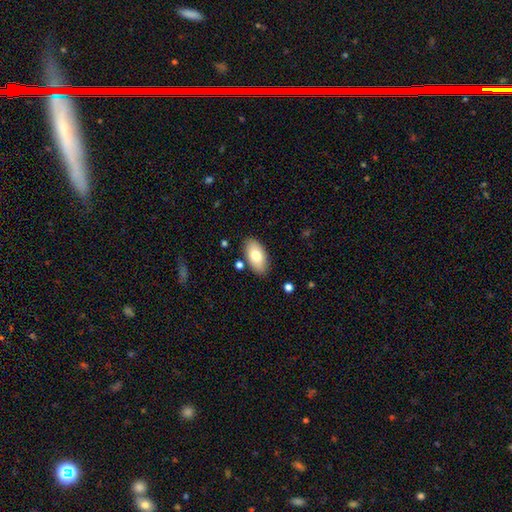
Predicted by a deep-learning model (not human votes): Smooth or featured?
  - smooth: 76% *
  - featured or disk: 17%
  - star or artifact: 6%
How rounded?
  - in between: 94% *
  - round: 3%
  - cigar-shaped: 3%
Merging?
  - none: 84% *
  - minor disturbance: 11%
  - merger: 3%
  - major disturbance: 2%